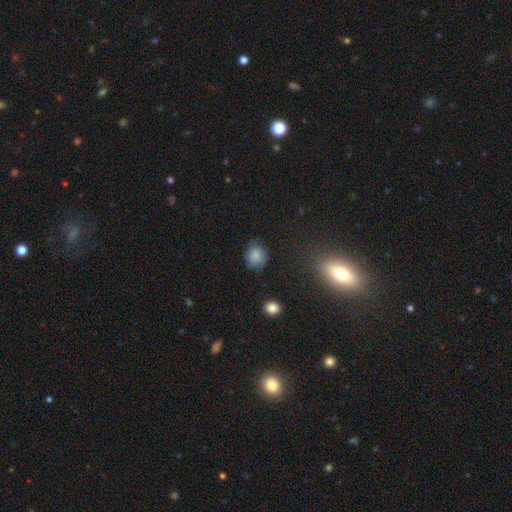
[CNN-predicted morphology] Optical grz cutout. It shows a smooth galaxy with no disk features (82%) that is round (74%). Merging: none (72%).